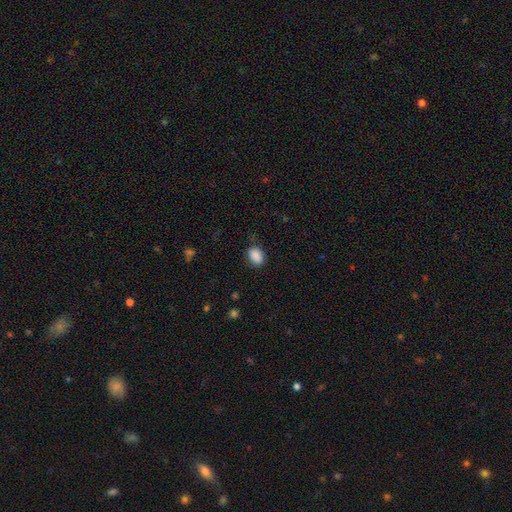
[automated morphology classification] Smooth or featured?
  - smooth: 88% *
  - star or artifact: 8%
  - featured or disk: 4%
How rounded?
  - in between: 77% *
  - round: 22%
  - cigar-shaped: 1%
Merging?
  - none: 78% *
  - minor disturbance: 17%
  - major disturbance: 4%
  - merger: 1%